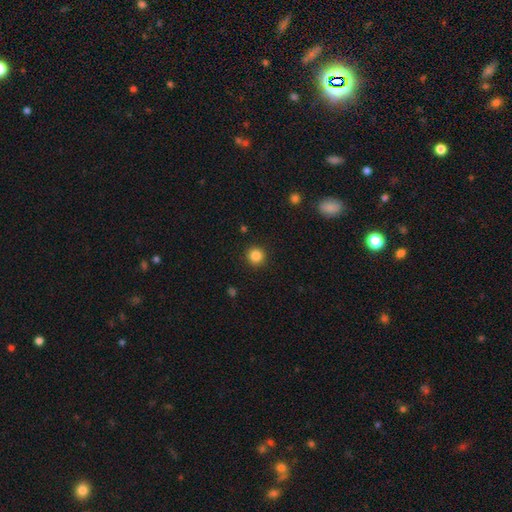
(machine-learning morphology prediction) Q: Smooth or featured?
A: smooth (85%); runner-up: star or artifact (11%)
Q: How rounded?
A: round (95%); runner-up: in between (4%)
Q: Merging?
A: none (92%); runner-up: minor disturbance (5%)